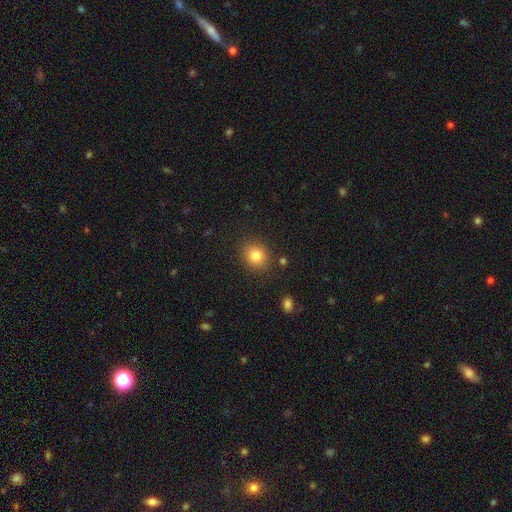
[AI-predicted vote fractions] Smooth or featured: smooth — 81% (star or artifact — 11%)
How rounded: round — 69% (in between — 30%)
Merging: none — 86% (minor disturbance — 9%)